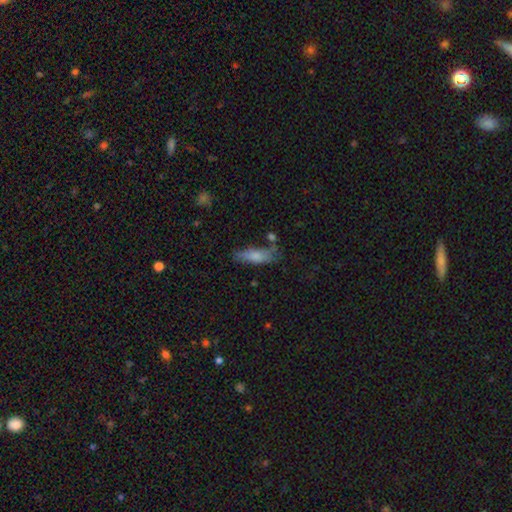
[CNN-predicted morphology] Smooth or featured? smooth (75%)
How rounded? cigar-shaped (49%, tied with in between)
Merging? none (62%)